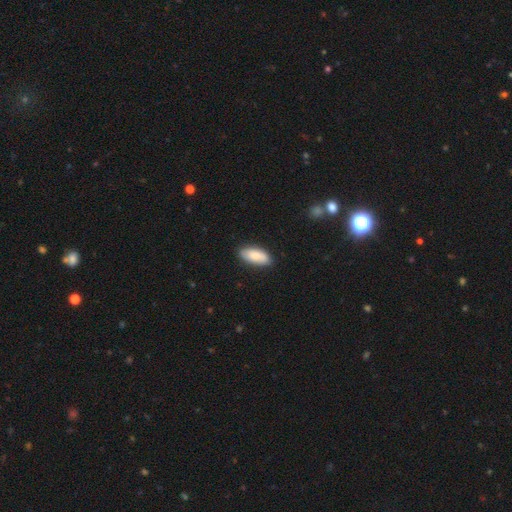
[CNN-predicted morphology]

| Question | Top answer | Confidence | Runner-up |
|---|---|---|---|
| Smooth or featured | smooth | 81% | featured or disk (13%) |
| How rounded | in between | 89% | cigar-shaped (9%) |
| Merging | none | 85% | minor disturbance (12%) |